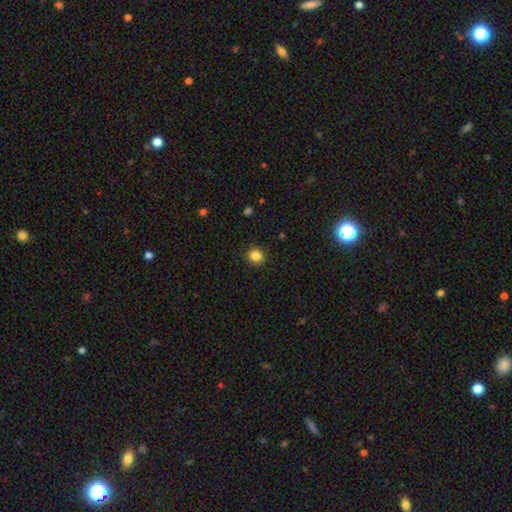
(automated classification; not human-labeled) This appears to be a smooth galaxy with no disk features (84%) that is round (89%). Merging: none (92%).